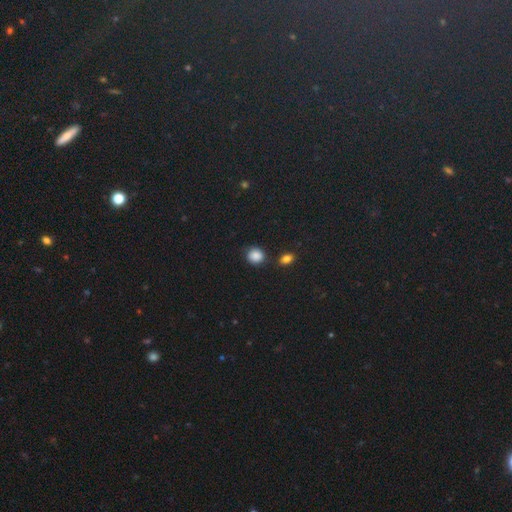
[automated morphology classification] This appears to be a smooth galaxy with no disk features (85%) that is round (82%). Merging: none (80%).